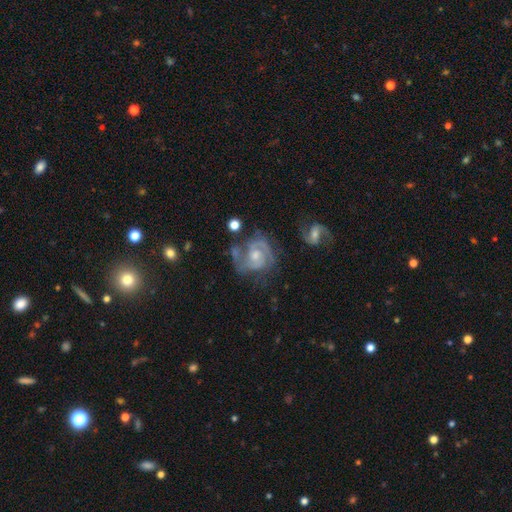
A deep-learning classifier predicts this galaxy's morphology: type=featured or disk (83%); edge-on=no (98%); bar=no (62%); spiral arms=yes (93%); winding=medium (44%, tied with tight); arm count=2 (67%); bulge=moderate (56%); merging=none (54%).